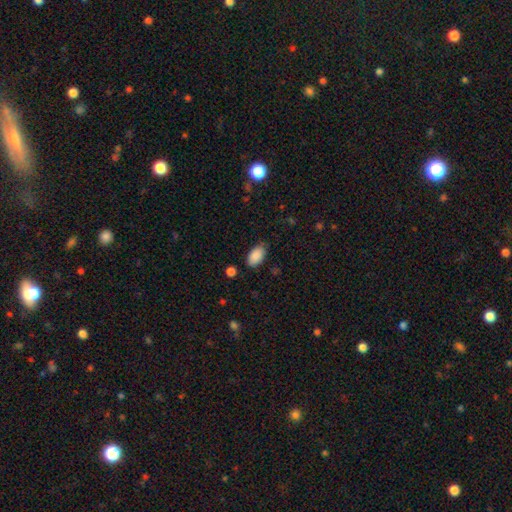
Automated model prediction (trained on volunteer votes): smooth-or-featured: smooth: 89% | star or artifact: 7% | featured or disk: 4%
  how-rounded: in between: 94% | round: 4% | cigar-shaped: 2%
  merging: none: 80% | minor disturbance: 15% | major disturbance: 3% | merger: 2%